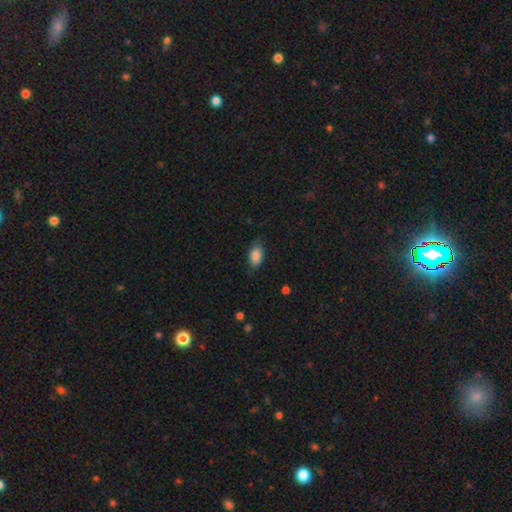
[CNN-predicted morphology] smooth_or_featured: smooth (p=0.86) [alt: star or artifact p=0.07]
how_rounded: in between (p=0.91) [alt: round p=0.06]
merging: none (p=0.78) [alt: minor disturbance p=0.17]